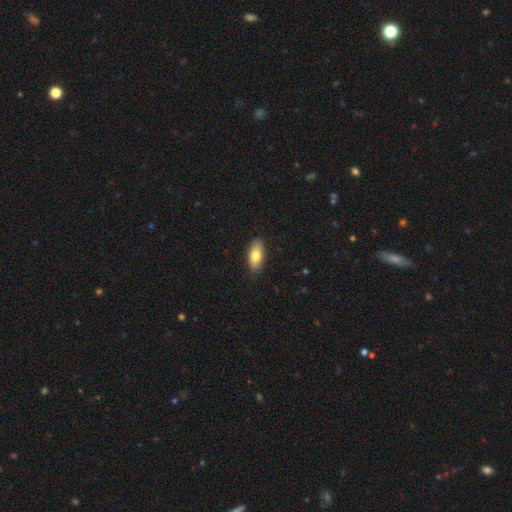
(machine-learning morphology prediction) Q: Smooth or featured?
A: smooth (78%); runner-up: featured or disk (16%)
Q: How rounded?
A: in between (88%); runner-up: cigar-shaped (9%)
Q: Merging?
A: none (88%); runner-up: minor disturbance (10%)